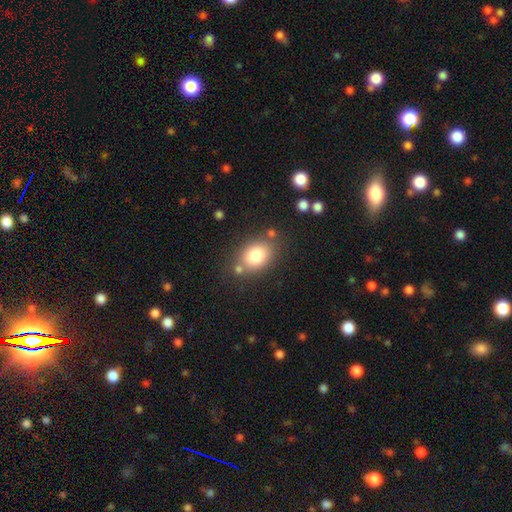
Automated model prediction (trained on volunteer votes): smooth_or_featured: smooth (p=0.80) [alt: featured or disk p=0.10]
how_rounded: in between (p=0.63) [alt: round p=0.36]
merging: none (p=0.71) [alt: minor disturbance p=0.14]